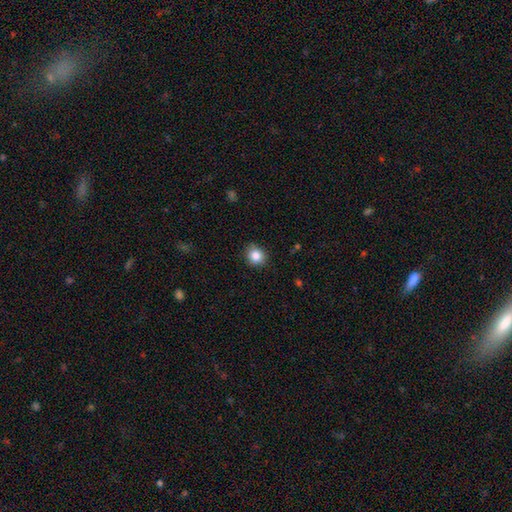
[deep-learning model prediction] Smooth or featured? Predicted: smooth (p=0.84). How rounded? Predicted: round (p=0.82). Merging? Predicted: none (p=0.85).